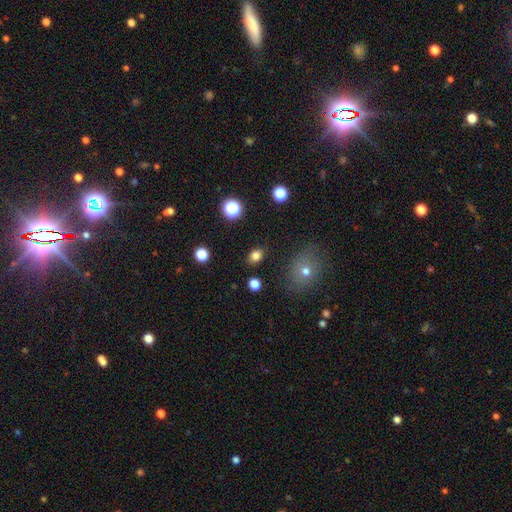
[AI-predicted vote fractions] Smooth or featured? Predicted: smooth (p=0.81). How rounded? Predicted: in between (p=0.62). Merging? Predicted: none (p=0.85).